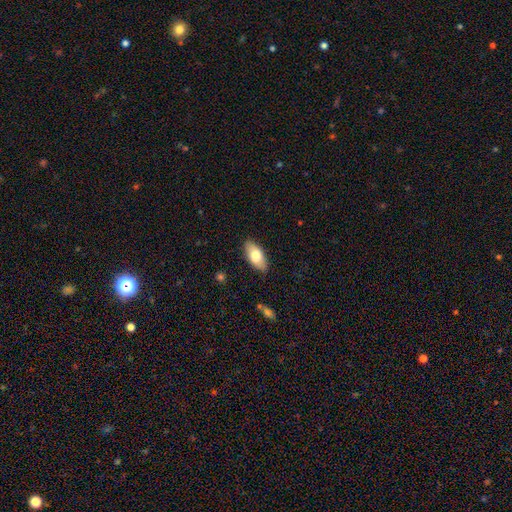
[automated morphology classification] Q: Smooth or featured?
A: smooth (75%); runner-up: featured or disk (19%)
Q: How rounded?
A: in between (90%); runner-up: cigar-shaped (7%)
Q: Merging?
A: none (88%); runner-up: minor disturbance (9%)